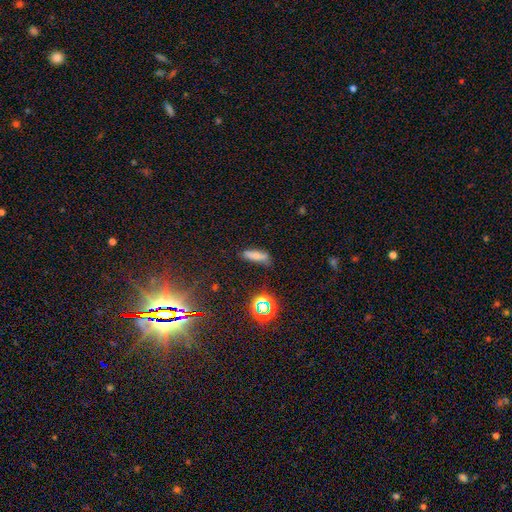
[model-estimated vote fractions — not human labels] A smooth galaxy with no disk features (64%) that is cigar-shaped (57%). Merging: none (67%).